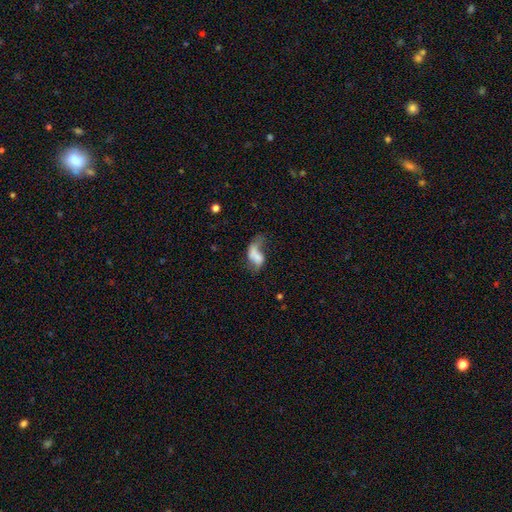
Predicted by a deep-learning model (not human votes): A smooth galaxy with no disk features (46%).

Vote fractions:
- Smooth or featured? smooth: 46% / featured or disk: 44% / star or artifact: 10%
- Merging? major disturbance: 45% / none: 21% / minor disturbance: 20% / merger: 14%